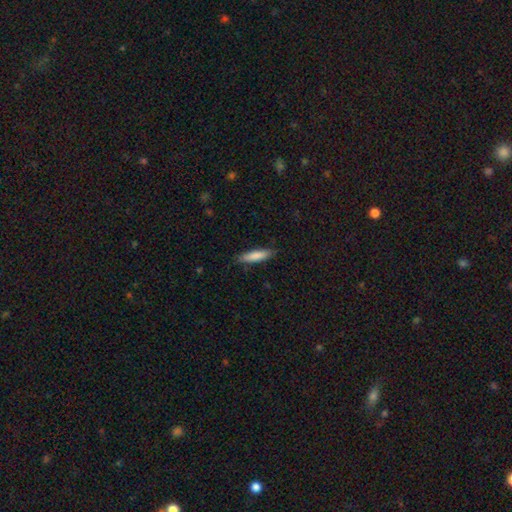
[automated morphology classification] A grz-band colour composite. It shows a smooth galaxy with no disk features (82%) that is cigar-shaped (75%). Merging: none (84%).